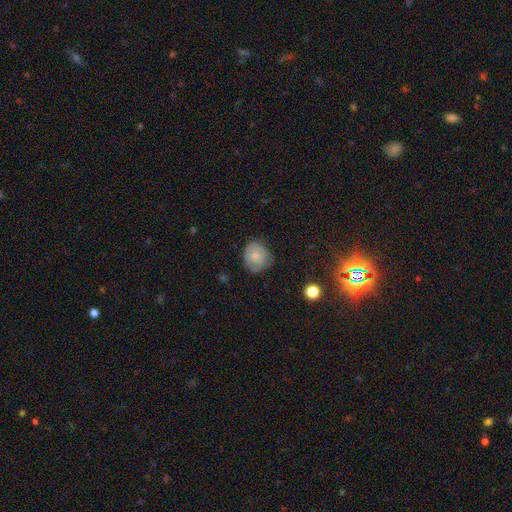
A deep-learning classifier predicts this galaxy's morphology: A smooth galaxy with no disk features (76%) that is round (75%).

Vote fractions:
- Smooth or featured? smooth: 76% / featured or disk: 16% / star or artifact: 8%
- How rounded? round: 75% / in between: 24% / cigar-shaped: 1%
- Merging? none: 66% / minor disturbance: 26% / major disturbance: 6% / merger: 1%